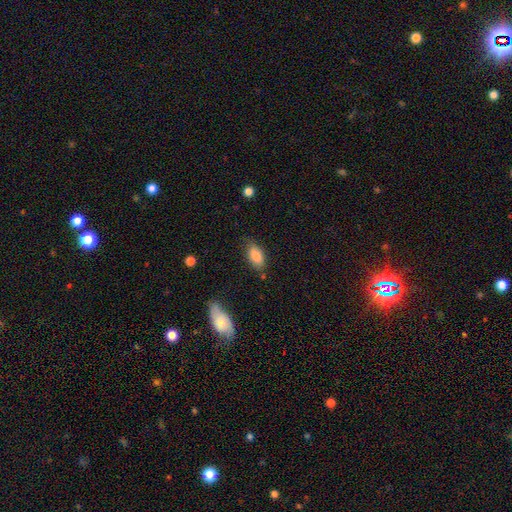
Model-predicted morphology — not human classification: Overall: smooth (84%). How rounded: in between (89%). Merging: none (77%).